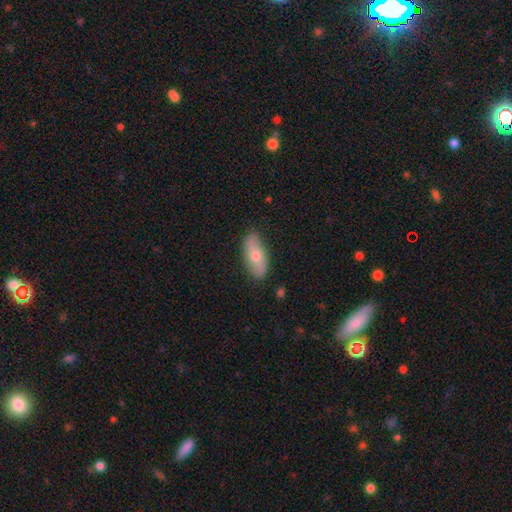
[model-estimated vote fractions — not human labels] Smooth or featured: smooth — 60% (featured or disk — 34%)
How rounded: in between — 80% (cigar-shaped — 17%)
Merging: none — 83% (minor disturbance — 13%)